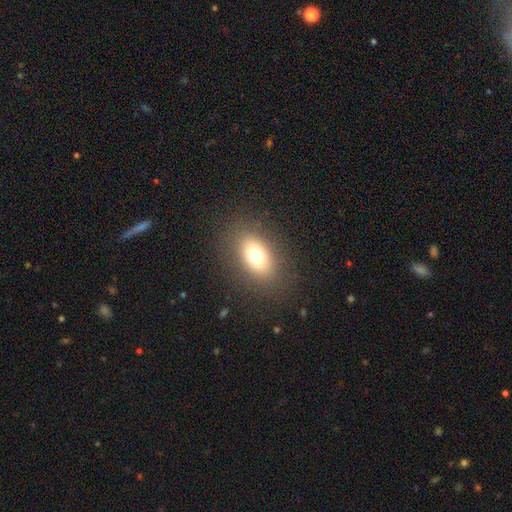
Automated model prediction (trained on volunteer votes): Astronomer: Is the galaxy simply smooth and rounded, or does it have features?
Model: smooth — 73%.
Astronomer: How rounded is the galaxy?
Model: in between — 84%.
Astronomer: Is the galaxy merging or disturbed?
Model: none — 85%.